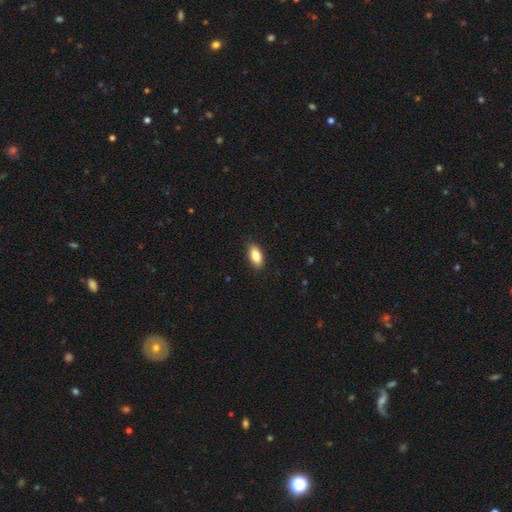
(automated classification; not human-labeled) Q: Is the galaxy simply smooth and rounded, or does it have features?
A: smooth — 86%.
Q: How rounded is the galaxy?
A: in between — 91%.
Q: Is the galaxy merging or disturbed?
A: none — 87%.